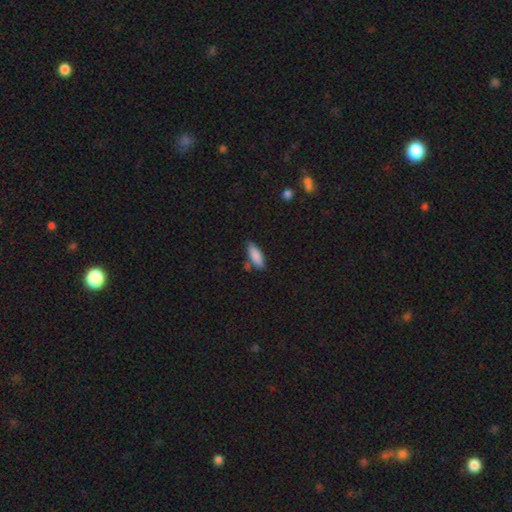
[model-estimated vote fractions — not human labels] Smooth or featured? Predicted: smooth (p=0.87). How rounded? Predicted: in between (p=0.67). Merging? Predicted: none (p=0.74).